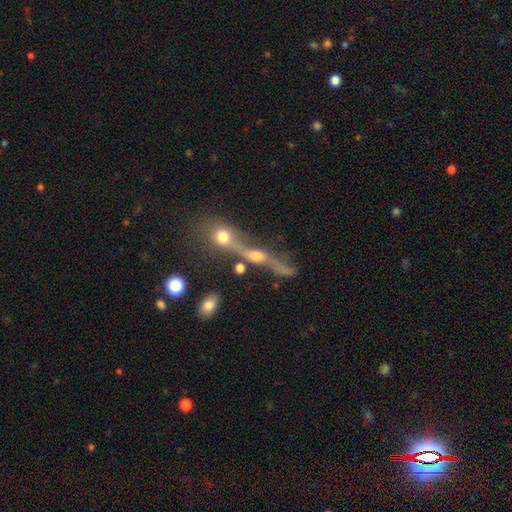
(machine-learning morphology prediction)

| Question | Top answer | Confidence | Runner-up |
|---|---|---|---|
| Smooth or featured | featured or disk | 58% | smooth (26%) |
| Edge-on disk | yes | 59% | no (41%) |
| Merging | merger | 44% | none (32%) |